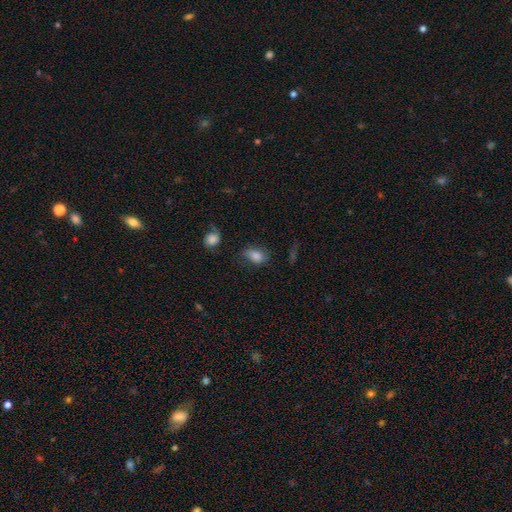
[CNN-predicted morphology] A smooth galaxy with no disk features (80%) that is in between round and cigar-shaped (85%).

Vote fractions:
- Smooth or featured? smooth: 80% / featured or disk: 10% / star or artifact: 9%
- How rounded? in between: 85% / round: 12% / cigar-shaped: 3%
- Merging? none: 60% / minor disturbance: 25% / major disturbance: 11% / merger: 4%